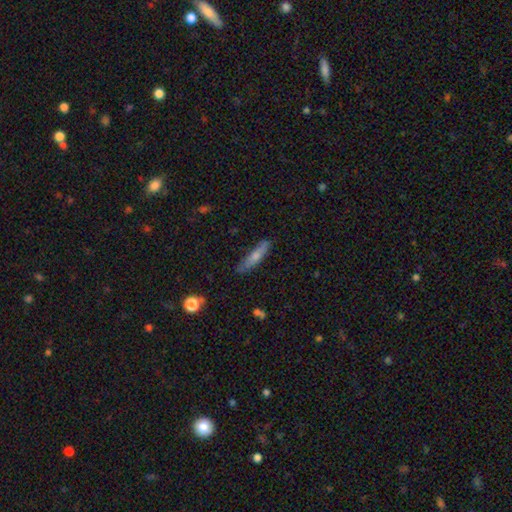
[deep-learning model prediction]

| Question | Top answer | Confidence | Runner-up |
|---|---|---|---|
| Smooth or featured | smooth | 64% | featured or disk (30%) |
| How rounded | cigar-shaped | 84% | in between (14%) |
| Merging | none | 80% | minor disturbance (15%) |